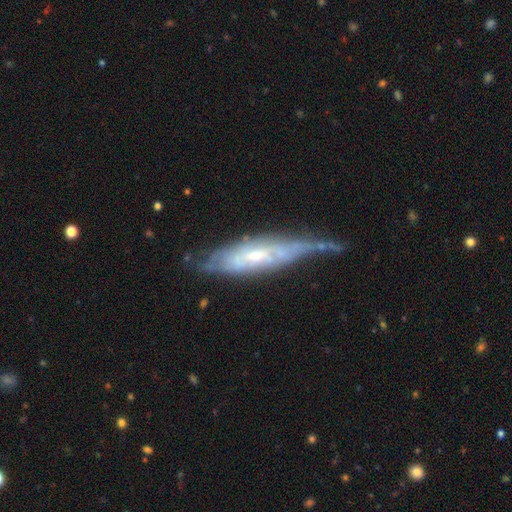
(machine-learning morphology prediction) A featured or disk galaxy (72%). Merging: none (36%).